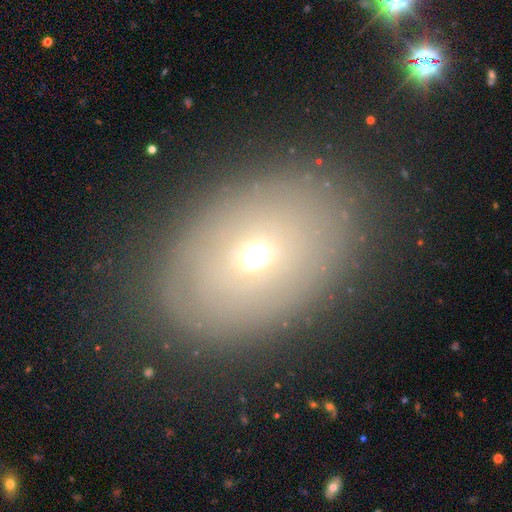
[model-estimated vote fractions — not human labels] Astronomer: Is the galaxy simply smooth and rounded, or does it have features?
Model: smooth — 51% (runner-up: featured or disk, 35%).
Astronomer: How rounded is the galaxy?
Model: in between — 76%.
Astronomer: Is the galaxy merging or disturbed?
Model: none — 80%.